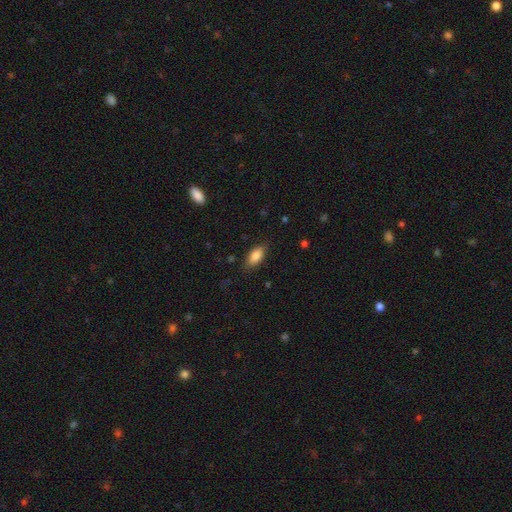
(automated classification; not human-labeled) smooth 84%, featured or disk 9%, star or artifact 7%. Down the decision tree: how rounded — in between (87%); merging — none (82%).